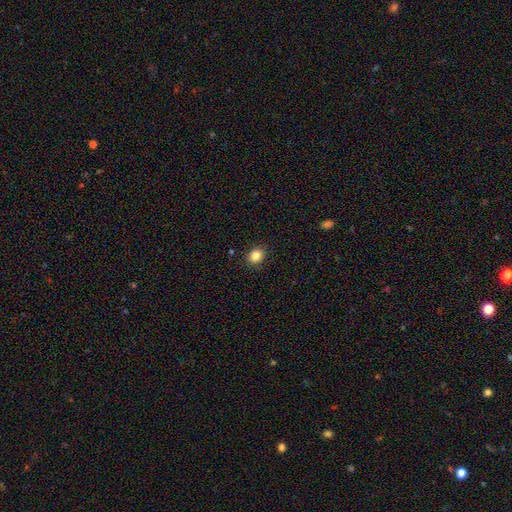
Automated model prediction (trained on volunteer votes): Smooth or featured? smooth (85%)
How rounded? round (62%)
Merging? none (89%)